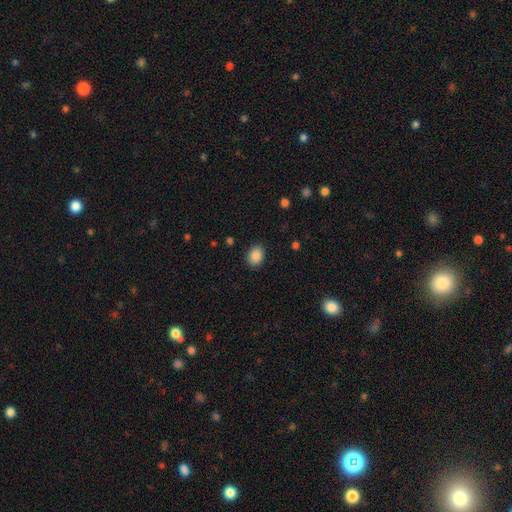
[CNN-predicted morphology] smooth_or_featured: smooth (p=0.88) [alt: star or artifact p=0.08]
how_rounded: in between (p=0.63) [alt: round p=0.37]
merging: none (p=0.88) [alt: minor disturbance p=0.09]